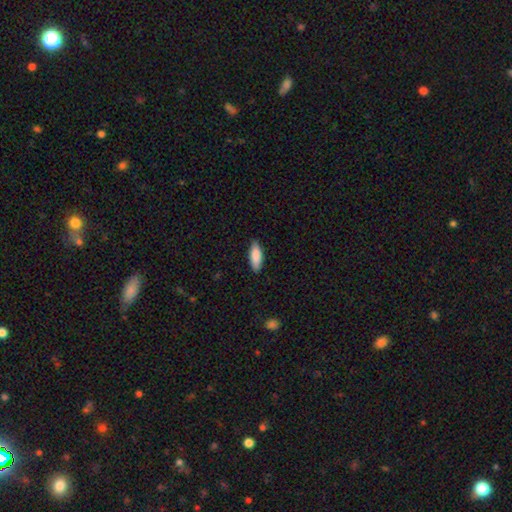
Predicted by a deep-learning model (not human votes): Smooth or featured: smooth — 87% (featured or disk — 7%)
How rounded: in between — 65% (cigar-shaped — 33%)
Merging: none — 85% (minor disturbance — 12%)